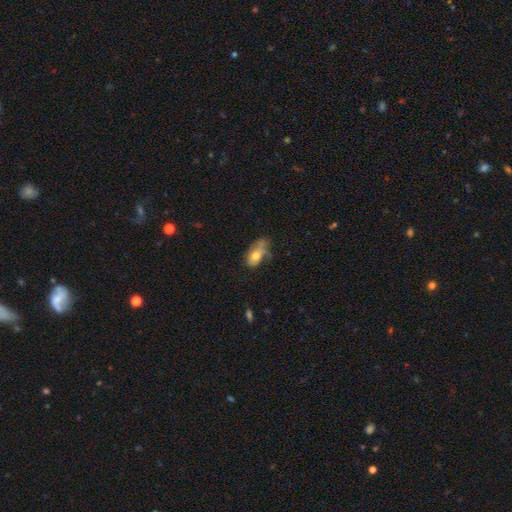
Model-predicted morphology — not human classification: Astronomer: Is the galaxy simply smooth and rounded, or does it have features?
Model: smooth — 70%.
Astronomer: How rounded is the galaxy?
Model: in between — 89%.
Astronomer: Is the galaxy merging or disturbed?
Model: minor disturbance — 37% (runner-up: none, 30%).